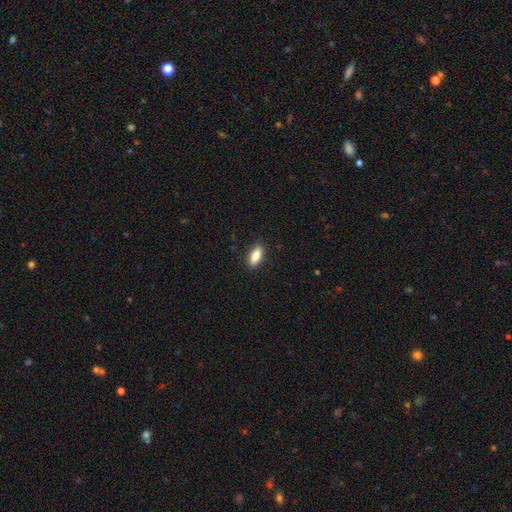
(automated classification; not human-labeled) Smooth or featured?
  - smooth: 84% *
  - featured or disk: 9%
  - star or artifact: 7%
How rounded?
  - in between: 78% *
  - cigar-shaped: 19%
  - round: 3%
Merging?
  - none: 88% *
  - minor disturbance: 9%
  - major disturbance: 2%
  - merger: 1%